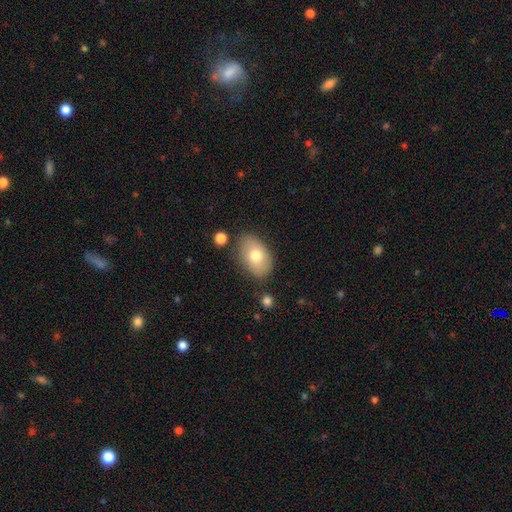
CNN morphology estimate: smooth-or-featured: smooth: 73% | featured or disk: 20% | star or artifact: 7%
  how-rounded: in between: 89% | round: 10% | cigar-shaped: 1%
  merging: none: 79% | minor disturbance: 14% | major disturbance: 3% | merger: 3%